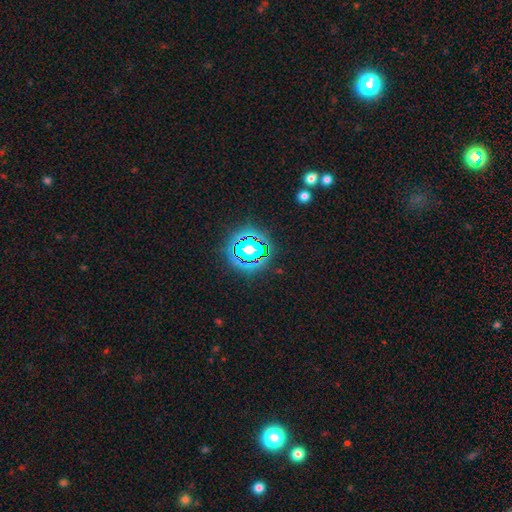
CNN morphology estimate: smooth-or-featured: star or artifact: 71% | smooth: 18% | featured or disk: 11%